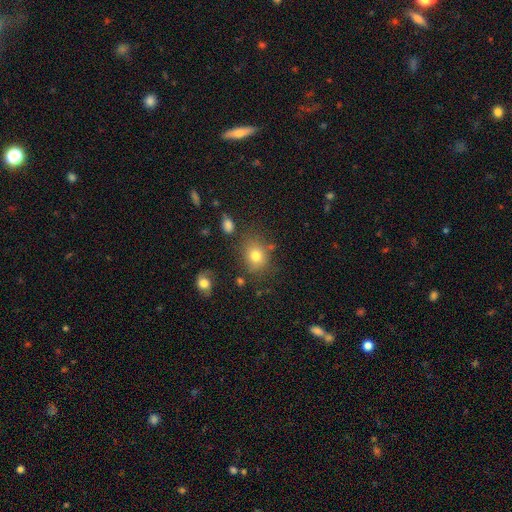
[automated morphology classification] type=smooth (77%); roundness=round (53%); merging=none (74%).